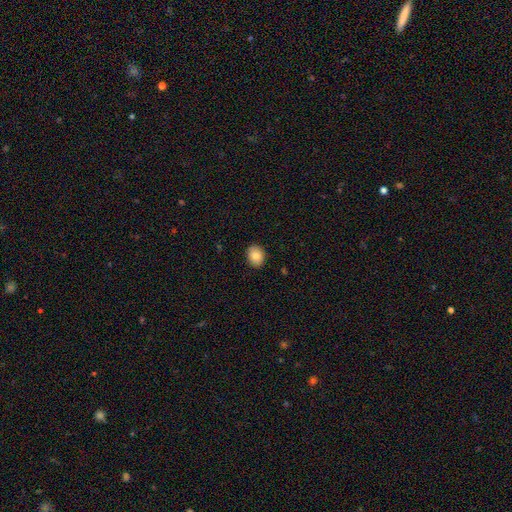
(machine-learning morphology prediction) type=smooth (85%); roundness=in between (52%); merging=none (90%).